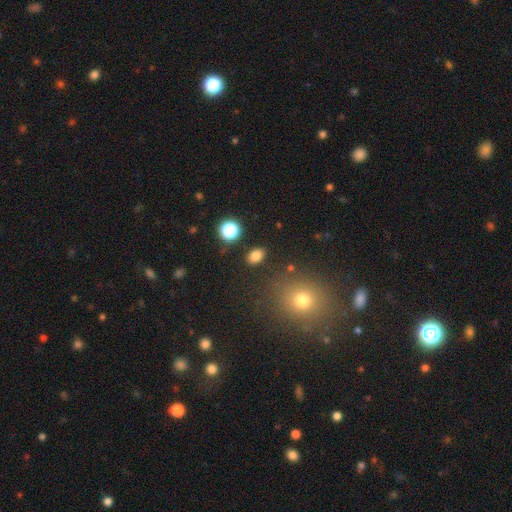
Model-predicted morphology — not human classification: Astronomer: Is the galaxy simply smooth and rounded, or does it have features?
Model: smooth — 82%.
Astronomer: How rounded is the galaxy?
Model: in between — 81%.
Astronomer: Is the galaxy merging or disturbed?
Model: none — 86%.